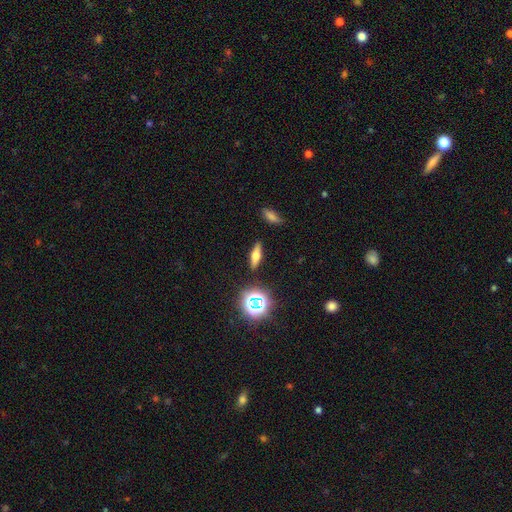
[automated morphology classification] Smooth or featured? smooth (43%)
Merging? none (89%)